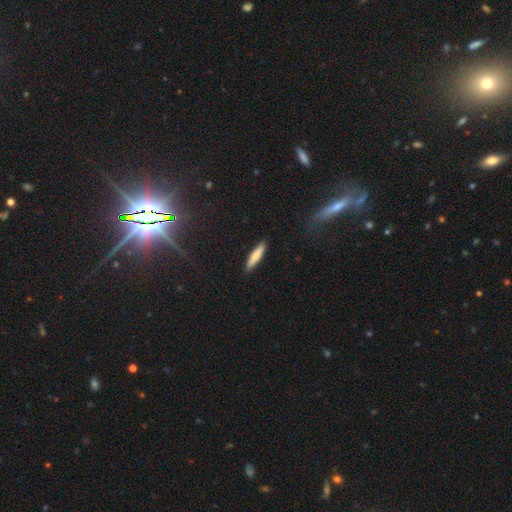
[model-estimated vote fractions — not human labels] Smooth or featured? smooth (77%)
How rounded? cigar-shaped (84%)
Merging? none (90%)